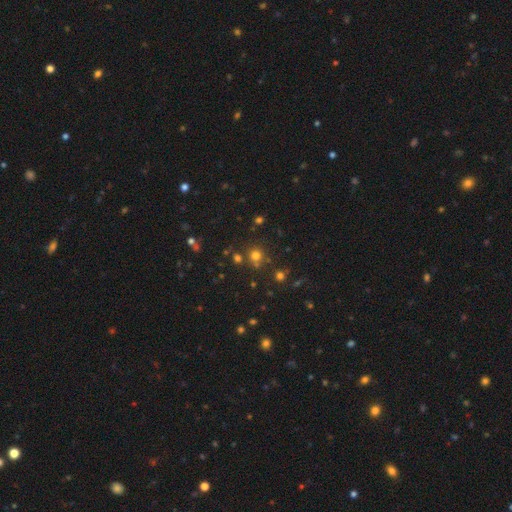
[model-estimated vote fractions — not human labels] Q: Smooth or featured?
A: smooth (68%); runner-up: star or artifact (25%)
Q: How rounded?
A: round (91%); runner-up: in between (8%)
Q: Merging?
A: none (76%); runner-up: merger (11%)